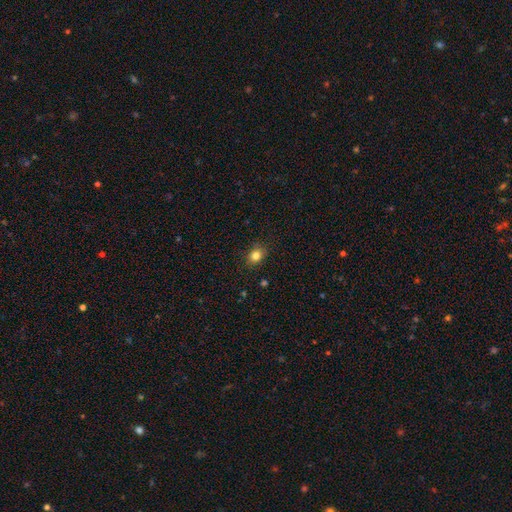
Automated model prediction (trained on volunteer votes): This appears to be a smooth galaxy with no disk features (82%) that is round (56%). Merging: none (85%).